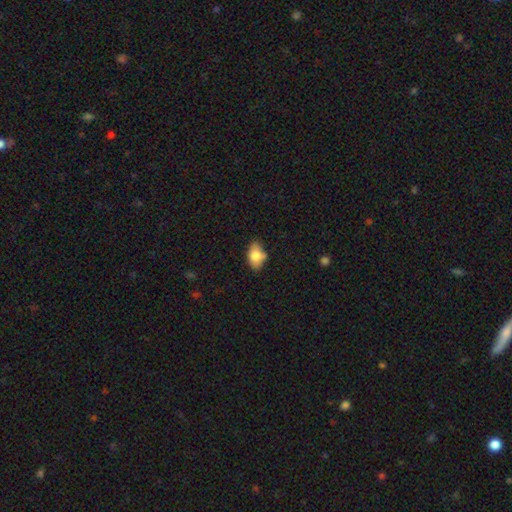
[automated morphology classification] smooth 79%, featured or disk 14%, star or artifact 8%. Down the decision tree: how rounded — in between (88%); merging — none (70%).